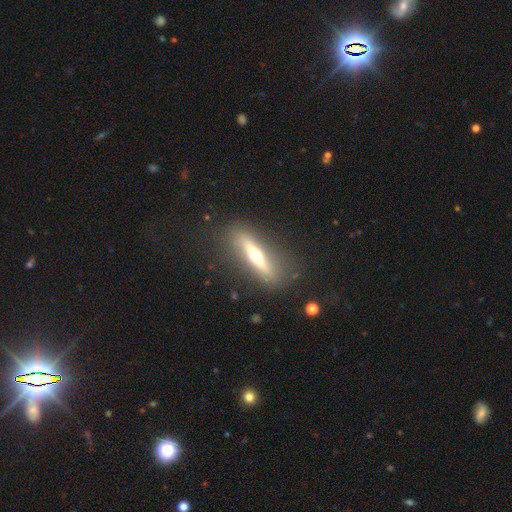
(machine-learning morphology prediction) Smooth or featured?
  - featured or disk: 61% *
  - smooth: 32%
  - star or artifact: 7%
Edge-on disk?
  - yes: 85% *
  - no: 15%
Edge-on bulge?
  - rounded: 92% *
  - none: 5%
  - boxy: 4%
Merging?
  - none: 83% *
  - minor disturbance: 10%
  - major disturbance: 5%
  - merger: 2%